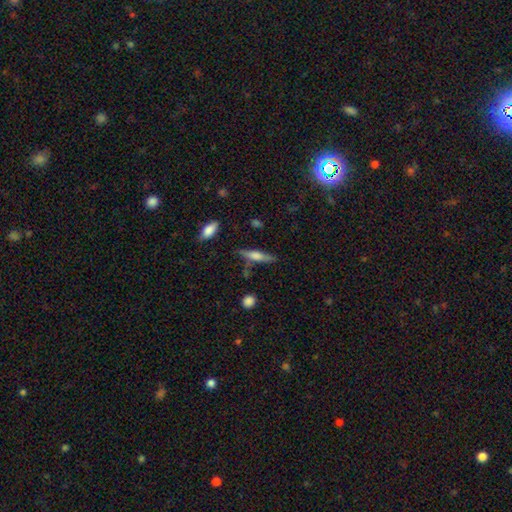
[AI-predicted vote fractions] This appears to be a smooth galaxy with no disk features (48%). Merging: none (76%).